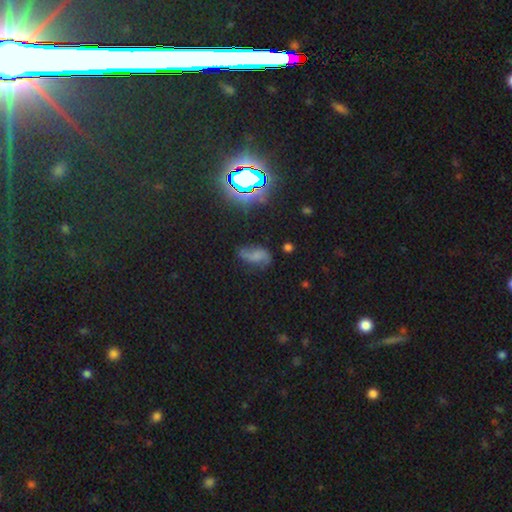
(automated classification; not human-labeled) Smooth or featured? featured or disk (47%)
Merging? none (51%)